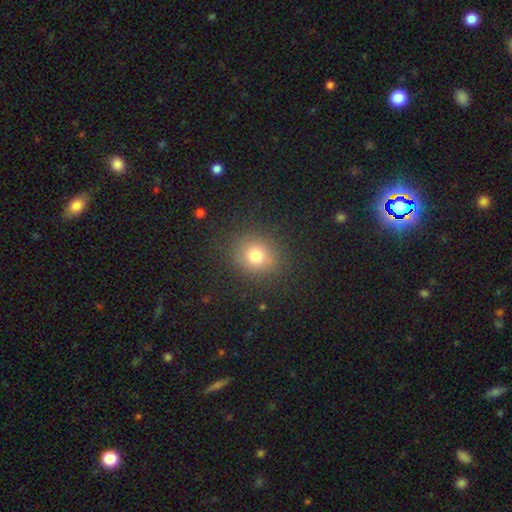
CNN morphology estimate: Smooth or featured? Predicted: smooth (p=0.75). How rounded? Predicted: round (p=0.80). Merging? Predicted: none (p=0.86).